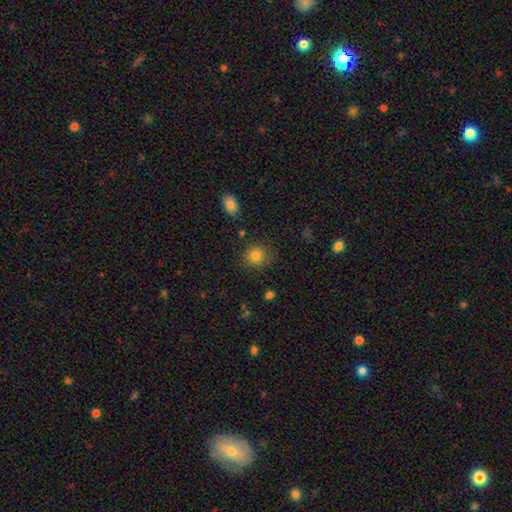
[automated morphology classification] smooth-or-featured: smooth: 83% | star or artifact: 11% | featured or disk: 6%
  how-rounded: round: 88% | in between: 11% | cigar-shaped: 1%
  merging: none: 84% | minor disturbance: 10% | major disturbance: 3% | merger: 3%